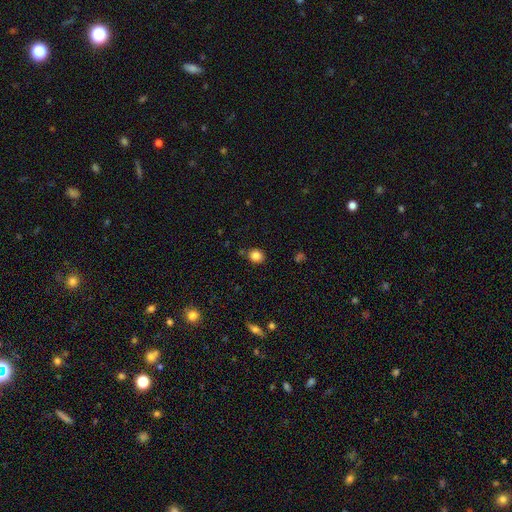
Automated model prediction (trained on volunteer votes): Overall: smooth (85%). How rounded: round (77%). Merging: none (84%).